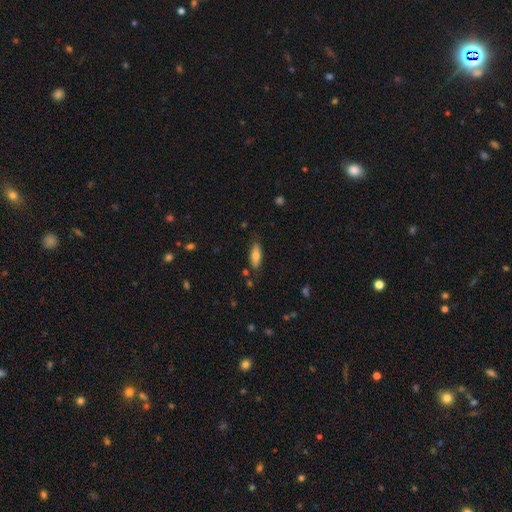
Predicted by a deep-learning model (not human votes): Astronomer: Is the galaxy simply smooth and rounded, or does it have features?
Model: smooth — 75%.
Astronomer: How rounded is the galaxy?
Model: in between — 67%.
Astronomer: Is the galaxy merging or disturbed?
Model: none — 81%.